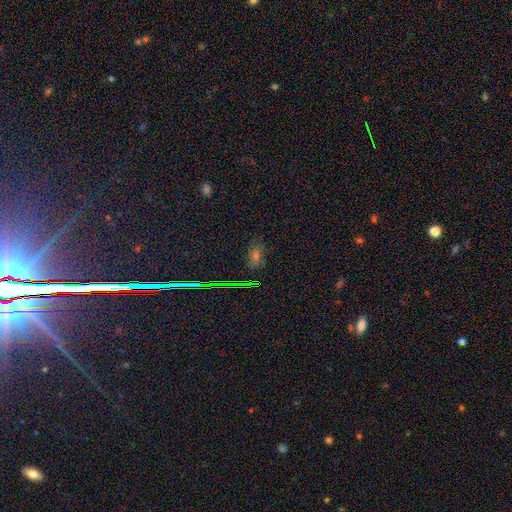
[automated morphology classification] Q: Smooth or featured?
A: smooth (45%); runner-up: star or artifact (41%)
Q: Merging?
A: none (73%); runner-up: minor disturbance (18%)